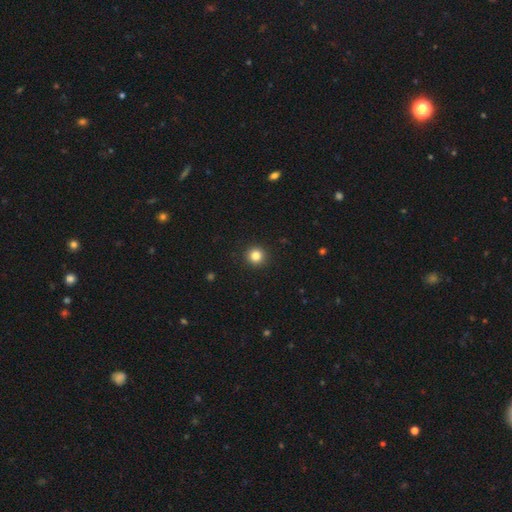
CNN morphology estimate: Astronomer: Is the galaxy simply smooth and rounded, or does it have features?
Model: smooth — 83%.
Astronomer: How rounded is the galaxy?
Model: round — 95%.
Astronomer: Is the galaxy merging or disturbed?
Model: none — 93%.